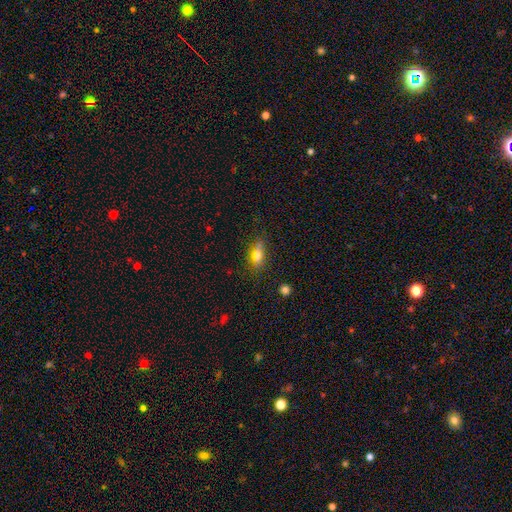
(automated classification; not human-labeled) Overall: smooth (67%). How rounded: in between (75%). Merging: none (71%).